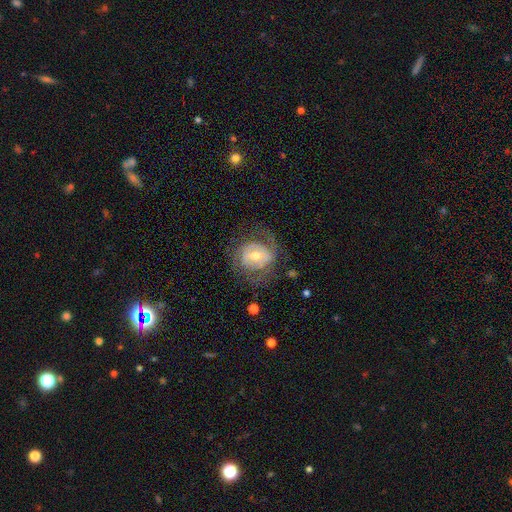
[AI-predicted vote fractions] Smooth or featured: featured or disk — 71% (smooth — 22%)
Edge-on disk: no — 97% (yes — 3%)
Bar: no — 43% (weak — 40%)
Spiral arms: yes — 68% (no — 32%)
Bulge size: moderate — 67% (small — 25%)
Merging: none — 62% (major disturbance — 19%)